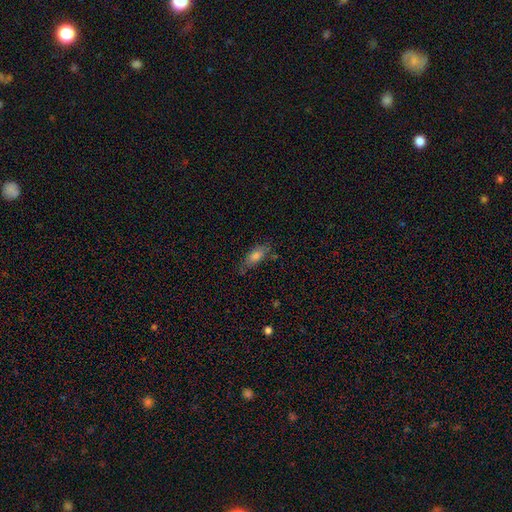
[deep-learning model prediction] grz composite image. It shows a smooth galaxy with no disk features (70%) that is in between round and cigar-shaped (73%). Merging: none (69%).